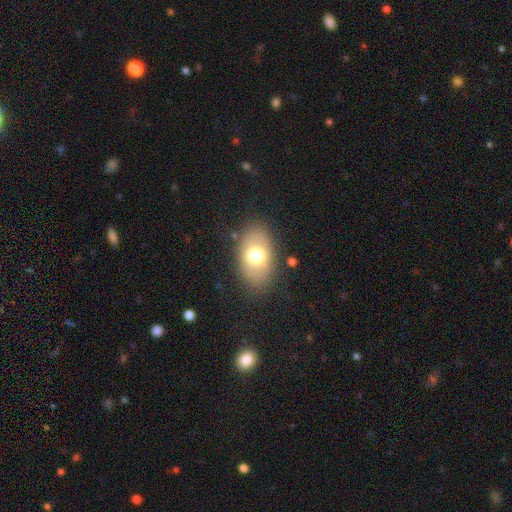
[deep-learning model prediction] This appears to be a smooth galaxy with no disk features (67%) that is in between round and cigar-shaped (86%). Merging: none (79%).